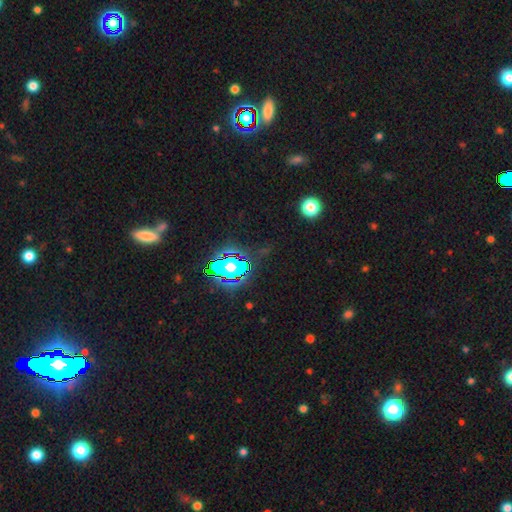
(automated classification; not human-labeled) smooth-or-featured: star or artifact: 79% | smooth: 12% | featured or disk: 8%